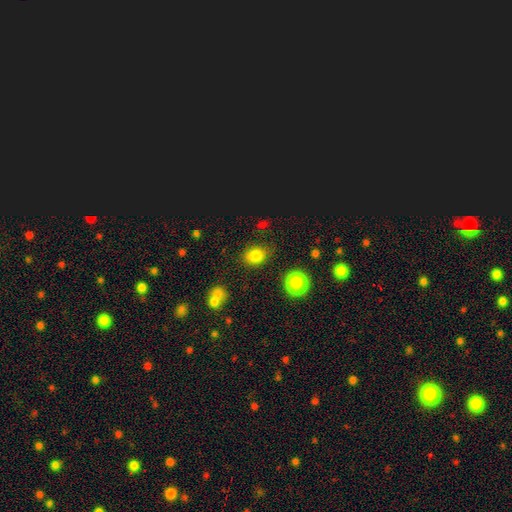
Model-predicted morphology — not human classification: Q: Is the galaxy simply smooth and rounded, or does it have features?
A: smooth — 79%.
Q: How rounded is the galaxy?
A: round — 50%.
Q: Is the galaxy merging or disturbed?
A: none — 79%.